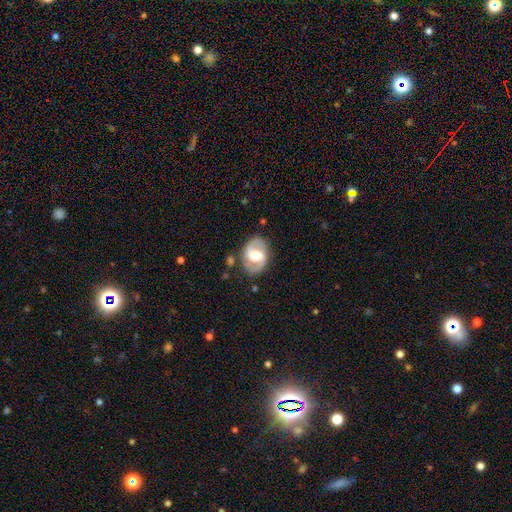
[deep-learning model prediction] Morphology: type=featured or disk (80%); edge-on=no (97%); bar=weak (47%); spiral arms=yes (89%); winding=medium (53%); arm count=2 (91%); bulge=moderate (68%); merging=none (81%).